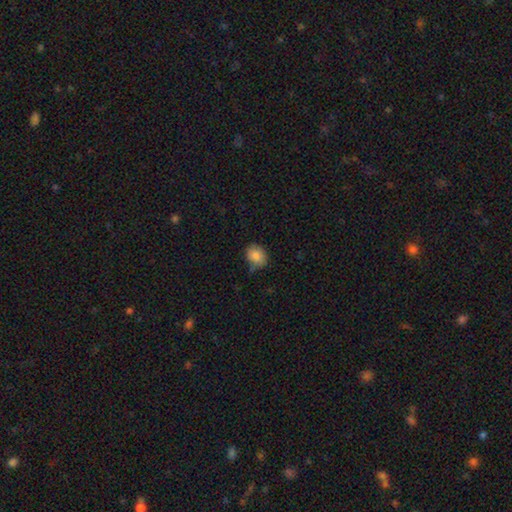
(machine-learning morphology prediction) smooth_or_featured: smooth (p=0.84) [alt: star or artifact p=0.08]
how_rounded: in between (p=0.50) [alt: round p=0.49]
merging: none (p=0.69) [alt: minor disturbance p=0.23]